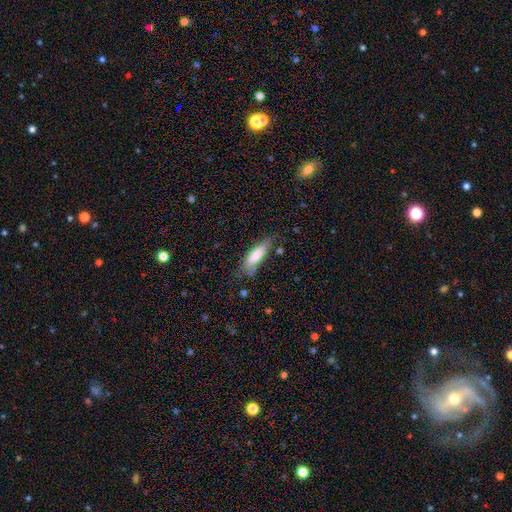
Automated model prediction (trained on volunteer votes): Smooth or featured? Predicted: smooth (p=0.75). How rounded? Predicted: cigar-shaped (p=0.62). Merging? Predicted: none (p=0.68).